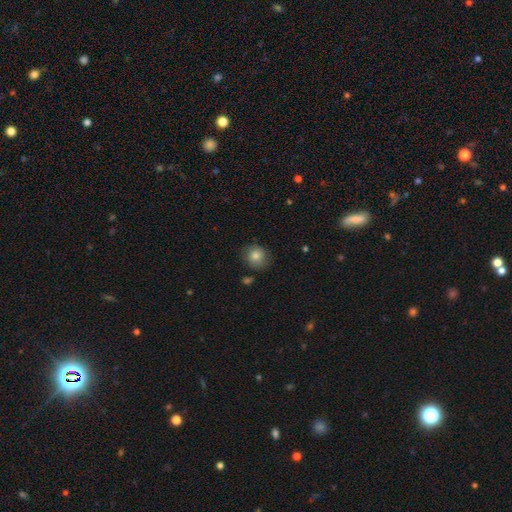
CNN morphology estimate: smooth-or-featured: smooth: 79% | featured or disk: 12% | star or artifact: 9%
  how-rounded: round: 84% | in between: 15% | cigar-shaped: 1%
  merging: none: 76% | minor disturbance: 18% | major disturbance: 5% | merger: 2%